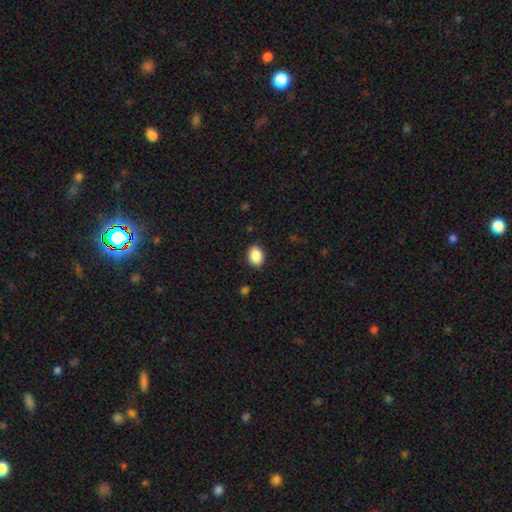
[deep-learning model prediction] Overall: smooth (89%). How rounded: in between (80%). Merging: none (88%).